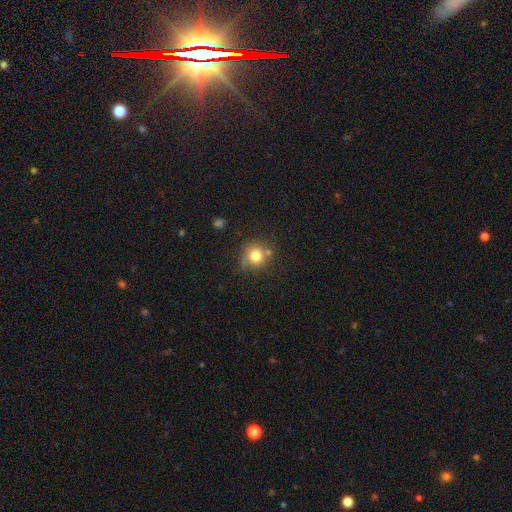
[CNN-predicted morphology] smooth 79%, star or artifact 12%, featured or disk 10%. Down the decision tree: how rounded — round (88%); merging — none (65%).